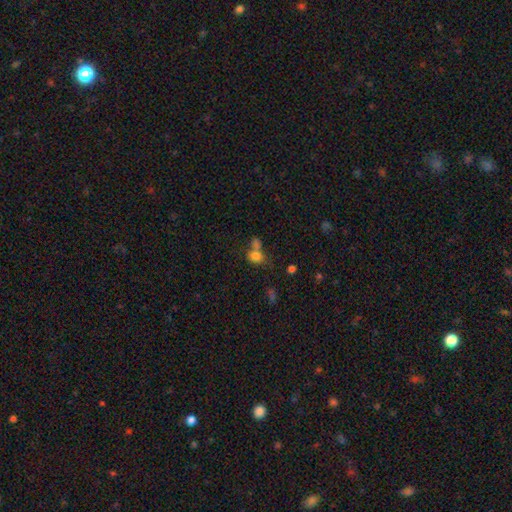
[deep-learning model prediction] A smooth galaxy with no disk features (78%) that is round (61%). Merging: merger (43%).